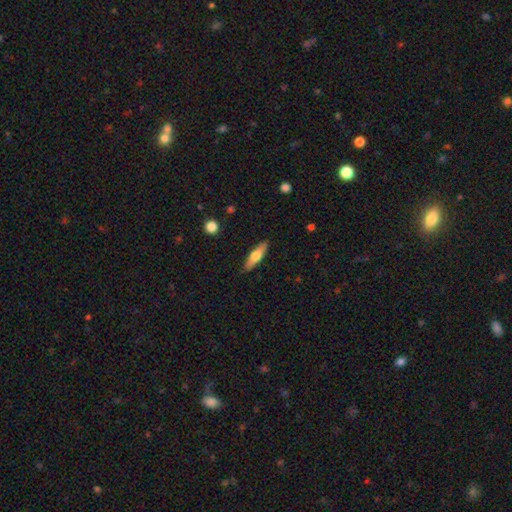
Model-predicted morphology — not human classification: type=smooth (59%); roundness=cigar-shaped (69%); merging=none (88%).